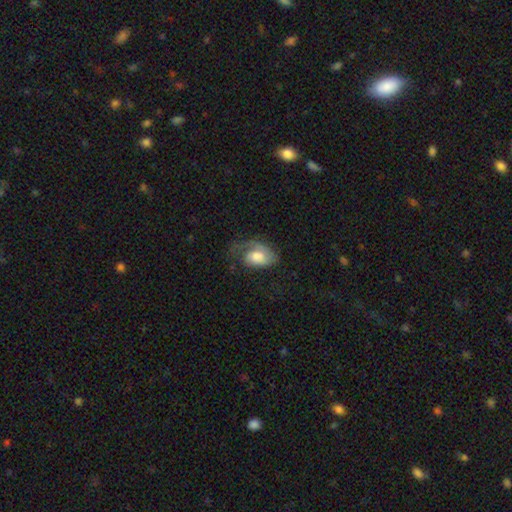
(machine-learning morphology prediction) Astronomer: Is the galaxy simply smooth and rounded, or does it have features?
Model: featured or disk — 53% (runner-up: smooth, 40%).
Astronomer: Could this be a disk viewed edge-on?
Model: no — 96%.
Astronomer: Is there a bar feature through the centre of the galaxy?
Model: no — 69%.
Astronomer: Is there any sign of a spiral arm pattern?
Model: yes — 86%.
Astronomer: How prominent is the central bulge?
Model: moderate — 41% (runner-up: large, 32%).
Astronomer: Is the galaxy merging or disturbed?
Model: none — 38% (runner-up: major disturbance, 35%).